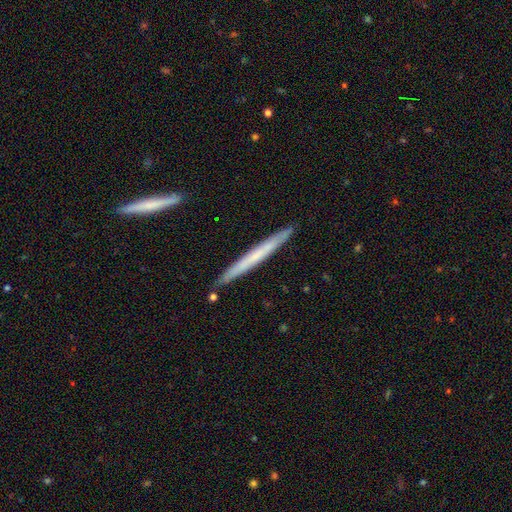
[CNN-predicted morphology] This appears to be a smooth galaxy with no disk features (50%) that is cigar-shaped (97%). Merging: none (90%).